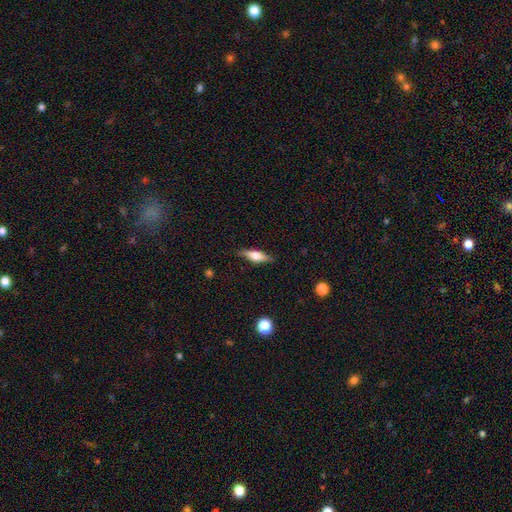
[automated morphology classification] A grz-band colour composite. It shows a featured or disk galaxy (51%) viewed edge-on (92%). Merging: none (85%).